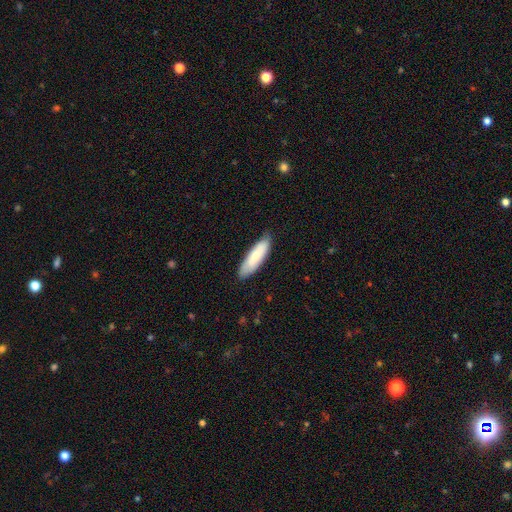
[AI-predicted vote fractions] smooth_or_featured: smooth (p=0.73) [alt: featured or disk p=0.21]
how_rounded: cigar-shaped (p=0.51) [alt: in between p=0.48]
merging: none (p=0.82) [alt: minor disturbance p=0.15]